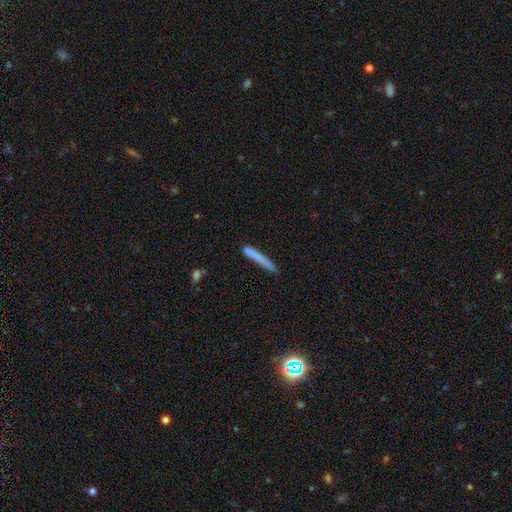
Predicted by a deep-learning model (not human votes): Q: Smooth or featured?
A: smooth (69%); runner-up: featured or disk (23%)
Q: How rounded?
A: cigar-shaped (96%); runner-up: in between (2%)
Q: Merging?
A: none (74%); runner-up: minor disturbance (17%)